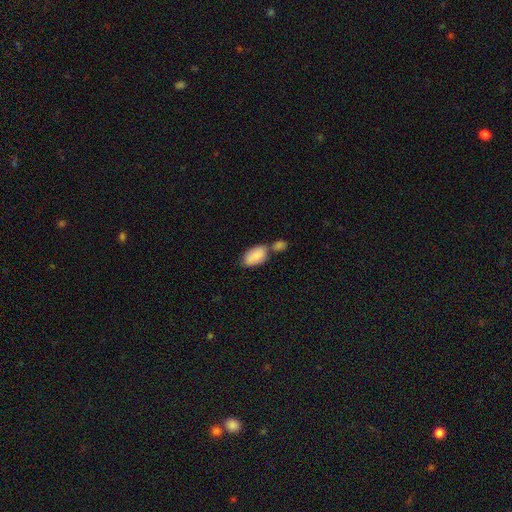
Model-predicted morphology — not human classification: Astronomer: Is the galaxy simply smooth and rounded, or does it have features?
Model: smooth — 86%.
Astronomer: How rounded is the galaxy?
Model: in between — 94%.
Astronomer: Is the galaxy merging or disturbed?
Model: merger — 47% (runner-up: none, 35%).